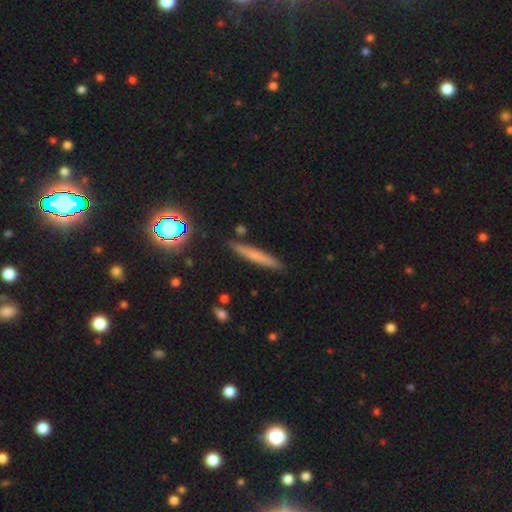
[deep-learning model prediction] Morphology: type=smooth (59%); roundness=cigar-shaped (93%); merging=none (87%).